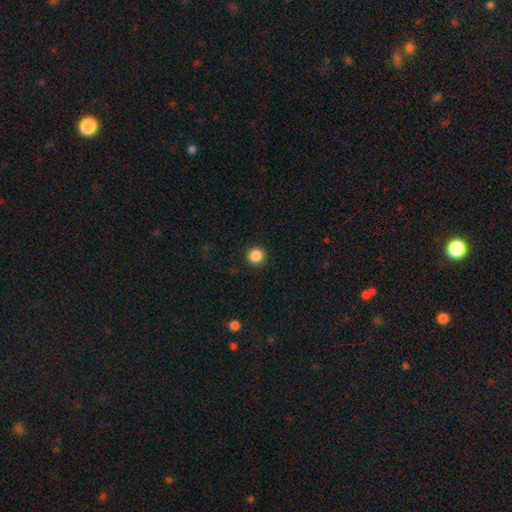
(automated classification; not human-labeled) This is clearly a smooth galaxy (87%). How rounded: clearly round (94%). Merging: clearly none (92%).